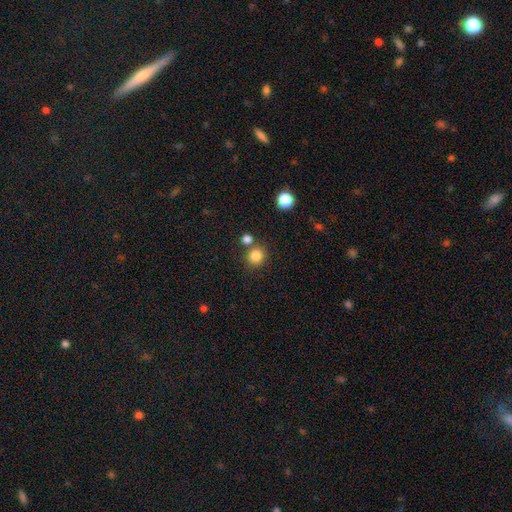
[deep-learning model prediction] Morphology: type=smooth (83%); roundness=round (88%); merging=none (74%).